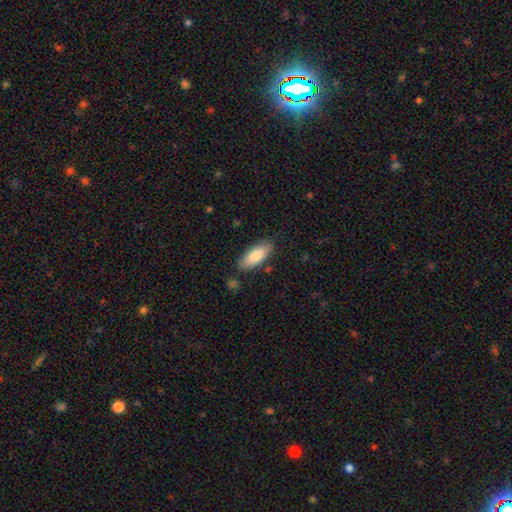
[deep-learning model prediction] A smooth galaxy with no disk features (83%) that is in between round and cigar-shaped (79%).

Vote fractions:
- Smooth or featured? smooth: 83% / featured or disk: 11% / star or artifact: 6%
- How rounded? in between: 79% / cigar-shaped: 20% / round: 2%
- Merging? none: 82% / minor disturbance: 12% / merger: 3% / major disturbance: 3%